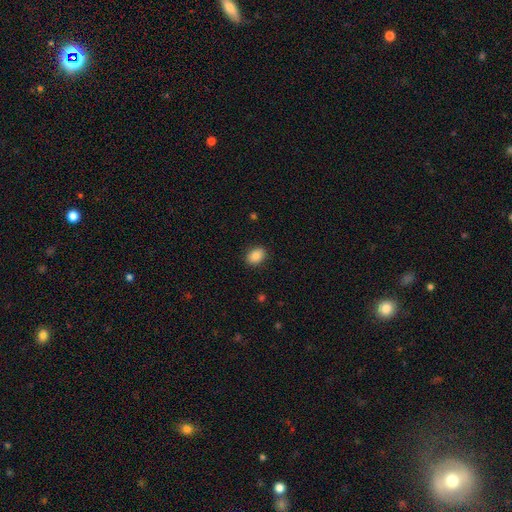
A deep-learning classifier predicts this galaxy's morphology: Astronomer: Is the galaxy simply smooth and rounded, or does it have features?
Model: smooth — 86%.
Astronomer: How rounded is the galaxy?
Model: in between — 72%.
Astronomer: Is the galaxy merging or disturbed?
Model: none — 89%.